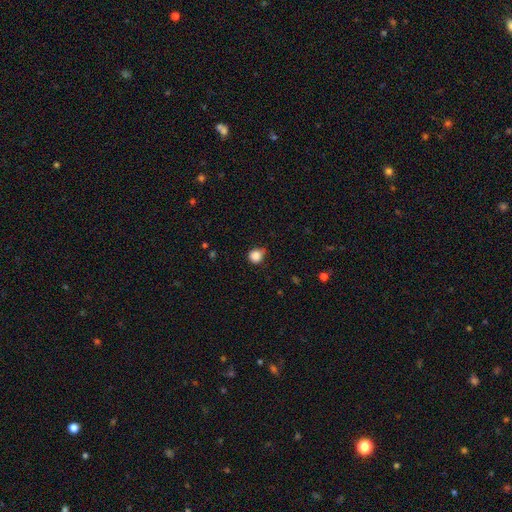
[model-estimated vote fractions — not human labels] Overall: smooth (87%). How rounded: round (86%). Merging: none (67%).